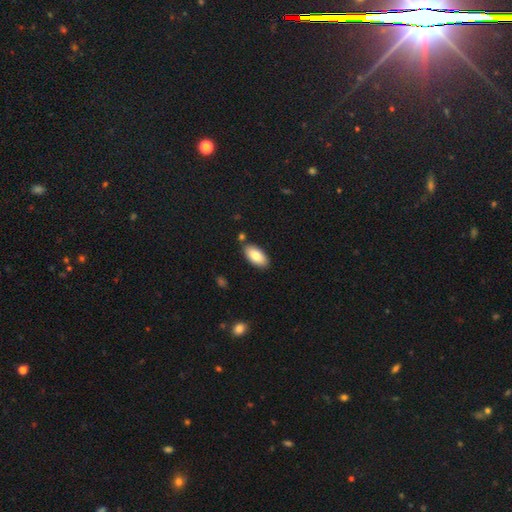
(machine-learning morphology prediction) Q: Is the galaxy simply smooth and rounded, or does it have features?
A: smooth — 81%.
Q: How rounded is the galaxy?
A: in between — 93%.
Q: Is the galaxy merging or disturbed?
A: none — 84%.